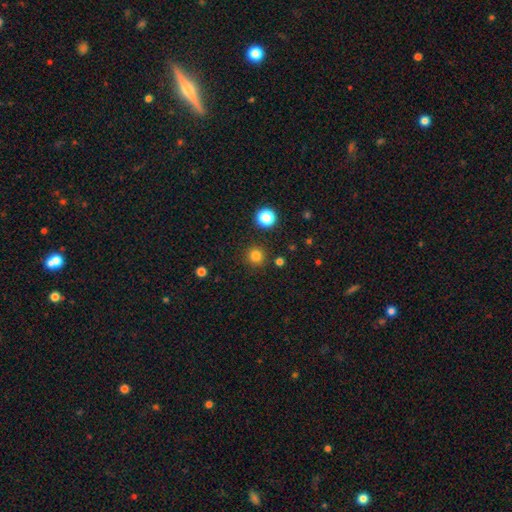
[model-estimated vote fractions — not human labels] A smooth galaxy with no disk features (81%) that is round (94%). Merging: none (90%).